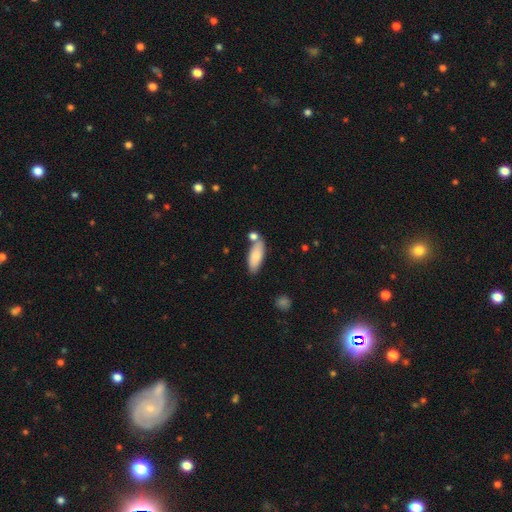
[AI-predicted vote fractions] Morphology: type=smooth (81%); roundness=in between (75%); merging=none (66%).